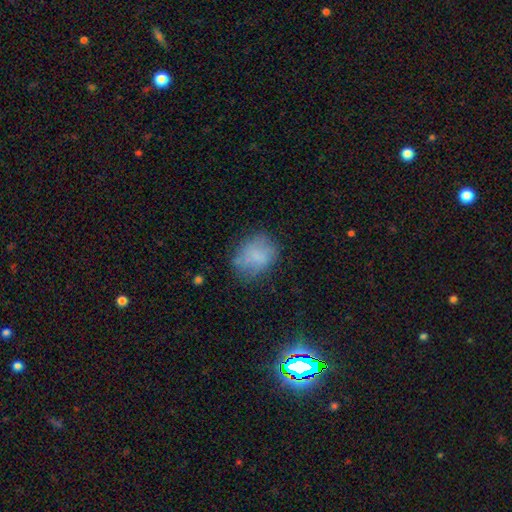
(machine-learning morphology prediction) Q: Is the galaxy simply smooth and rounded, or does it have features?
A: smooth — 69%.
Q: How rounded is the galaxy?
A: in between — 52%.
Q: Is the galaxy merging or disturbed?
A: none — 62%.